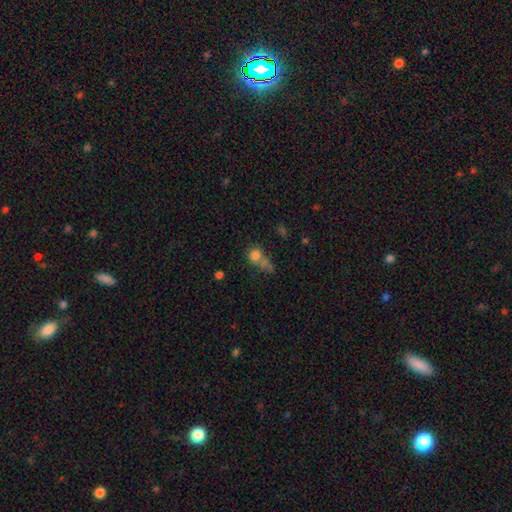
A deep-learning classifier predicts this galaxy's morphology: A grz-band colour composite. It shows a smooth galaxy with no disk features (68%) that is round (72%). Merging: none (40%).